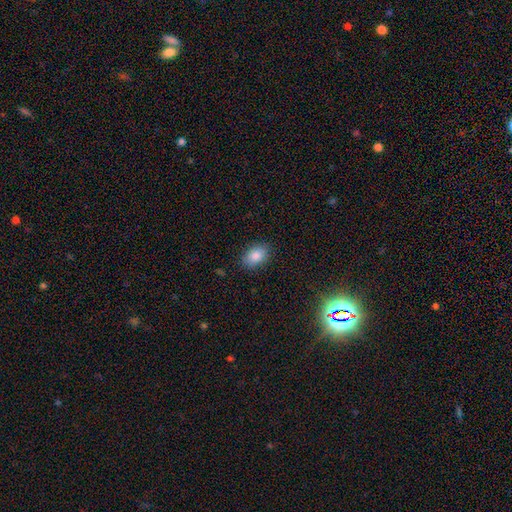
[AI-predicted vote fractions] Smooth or featured? Predicted: smooth (p=0.86). How rounded? Predicted: in between (p=0.87). Merging? Predicted: none (p=0.87).